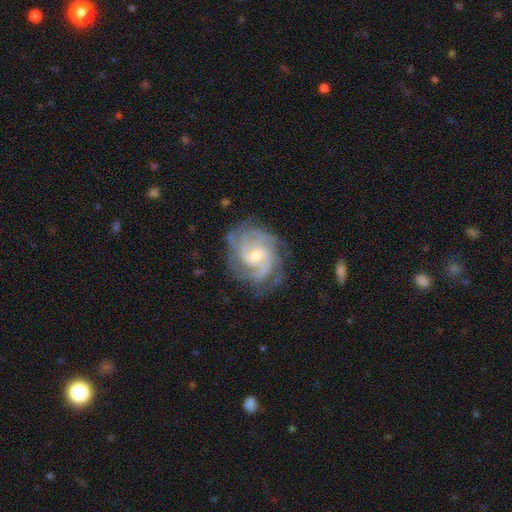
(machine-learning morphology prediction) type=featured or disk (91%); edge-on=no (98%); bar=no (46%); spiral arms=yes (98%); winding=tight (60%); arm count=3 (33%); bulge=small (60%); merging=none (75%).